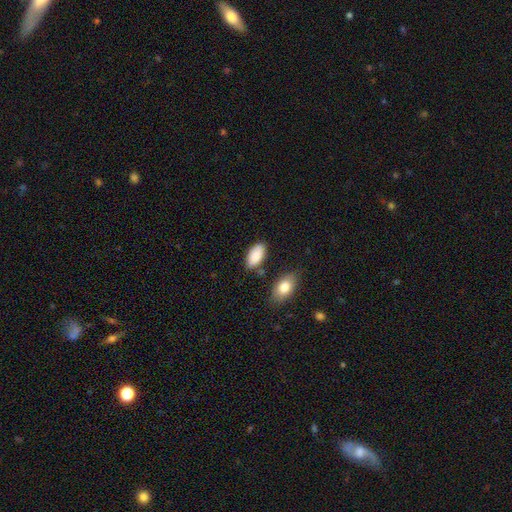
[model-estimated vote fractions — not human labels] smooth-or-featured: smooth: 89% | star or artifact: 6% | featured or disk: 5%
  how-rounded: in between: 94% | cigar-shaped: 3% | round: 3%
  merging: none: 76% | minor disturbance: 15% | merger: 6% | major disturbance: 3%